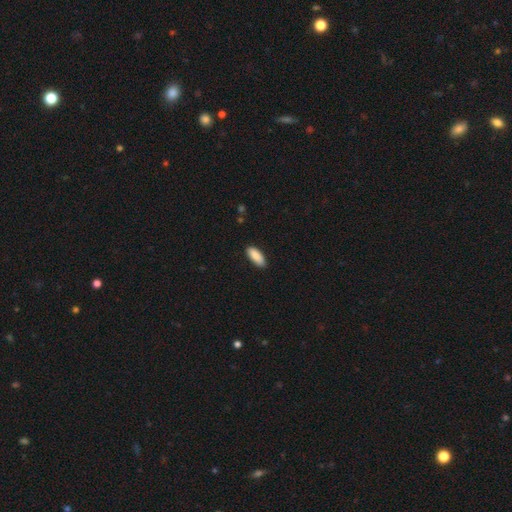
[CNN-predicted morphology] smooth-or-featured: smooth: 90% | star or artifact: 6% | featured or disk: 4%
  how-rounded: in between: 80% | cigar-shaped: 18% | round: 2%
  merging: none: 86% | minor disturbance: 11% | major disturbance: 2% | merger: 1%